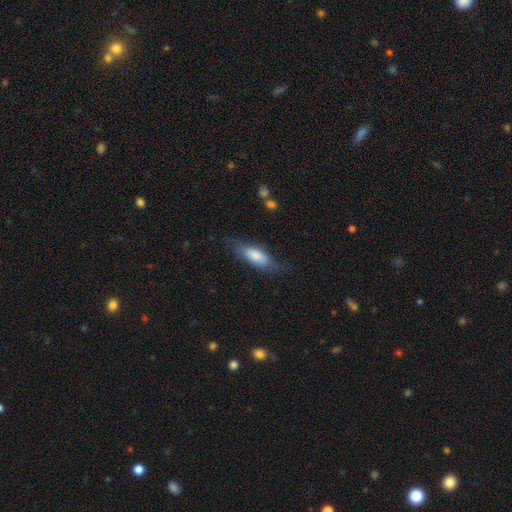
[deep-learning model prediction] Q: Smooth or featured?
A: smooth (75%); runner-up: featured or disk (19%)
Q: How rounded?
A: in between (67%); runner-up: cigar-shaped (31%)
Q: Merging?
A: none (68%); runner-up: minor disturbance (22%)